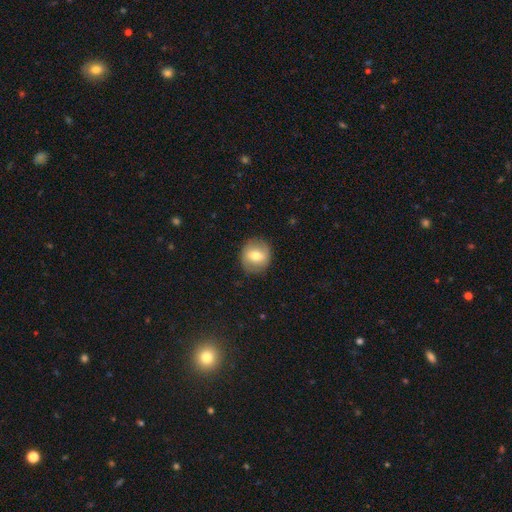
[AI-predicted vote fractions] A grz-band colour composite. It shows a smooth galaxy with no disk features (62%) that is round (86%). Merging: none (87%).